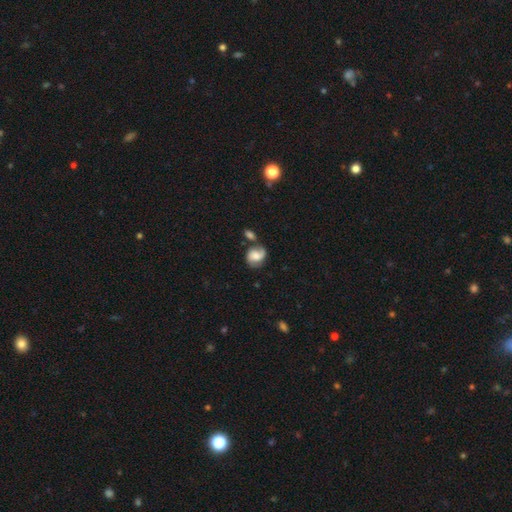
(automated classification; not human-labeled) Smooth or featured? Predicted: featured or disk (p=0.53). Edge-on disk? Predicted: no (p=0.97). Bar? Predicted: no (p=0.57). Spiral arms? Predicted: yes (p=0.88). Bulge size? Predicted: moderate (p=0.36). Merging? Predicted: none (p=0.49).